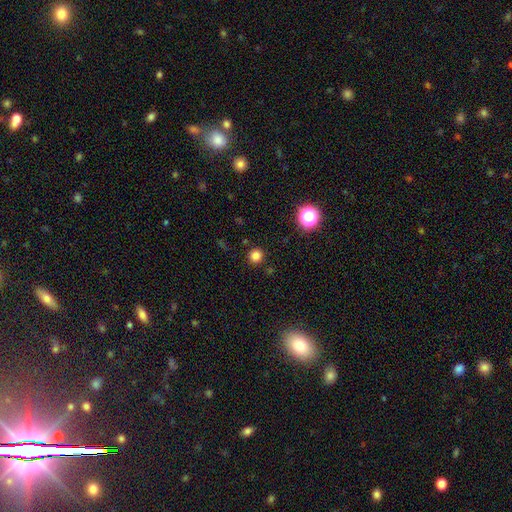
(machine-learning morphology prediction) Smooth or featured: smooth — 81% (star or artifact — 15%)
How rounded: round — 94% (in between — 5%)
Merging: none — 91% (minor disturbance — 5%)